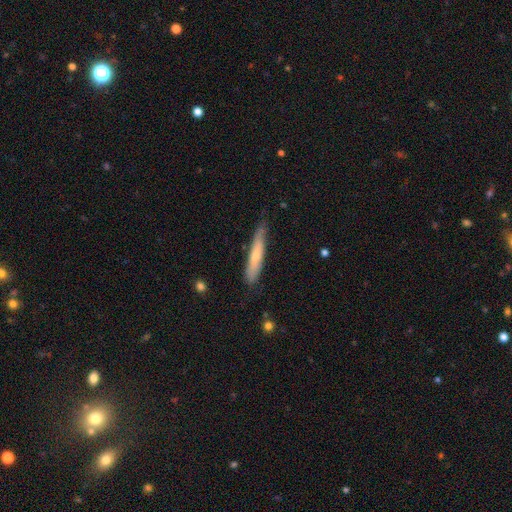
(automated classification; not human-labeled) The model was most divided on "smooth or featured": smooth: 61%, featured or disk: 33%, star or artifact: 6%. More confident: how rounded — cigar-shaped (90%); merging — none (68%).